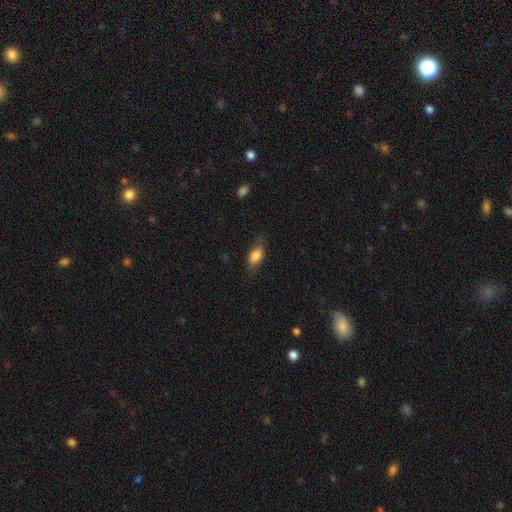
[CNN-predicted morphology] Smooth or featured: smooth — 80% (featured or disk — 12%)
How rounded: in between — 85% (cigar-shaped — 9%)
Merging: none — 70% (minor disturbance — 22%)